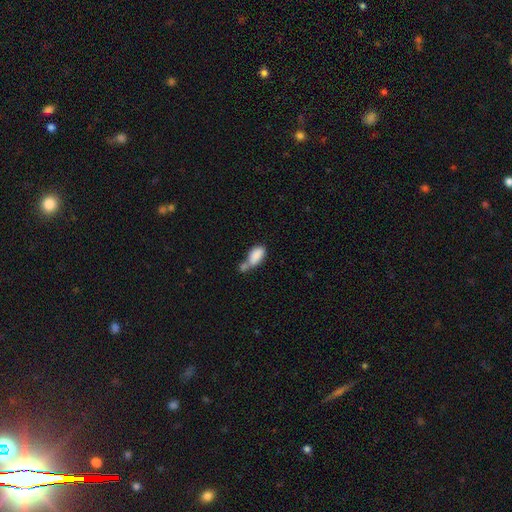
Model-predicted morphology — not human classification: Smooth or featured: smooth — 84% (featured or disk — 8%)
How rounded: in between — 91% (cigar-shaped — 5%)
Merging: merger — 53% (none — 25%)